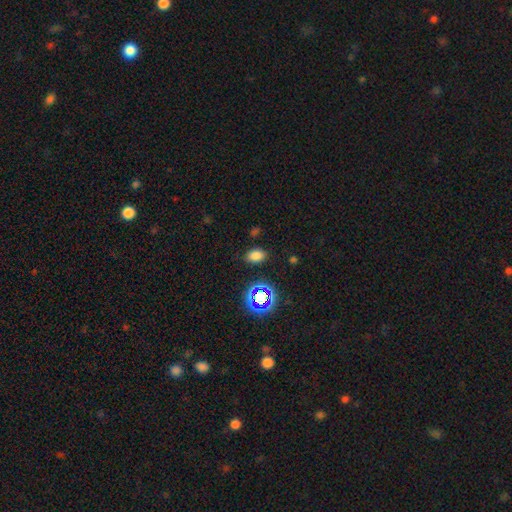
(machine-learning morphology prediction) Smooth or featured? smooth (75%)
How rounded? in between (83%)
Merging? none (84%)